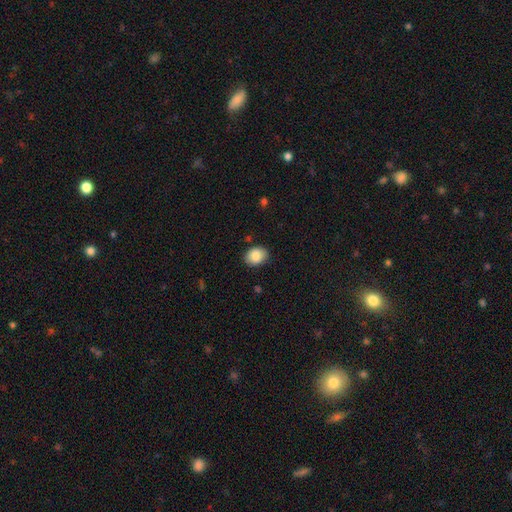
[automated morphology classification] Smooth or featured? Predicted: smooth (p=0.87). How rounded? Predicted: in between (p=0.62). Merging? Predicted: none (p=0.83).